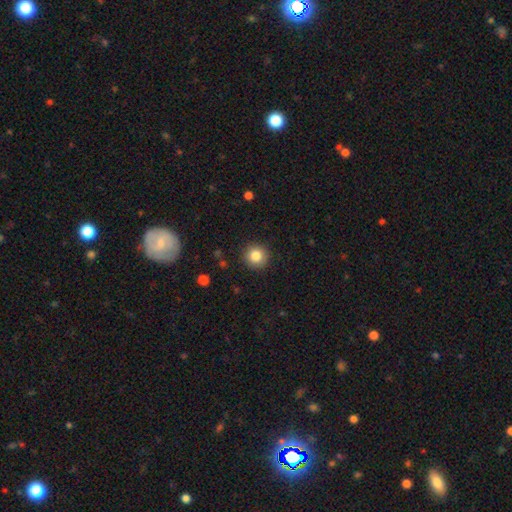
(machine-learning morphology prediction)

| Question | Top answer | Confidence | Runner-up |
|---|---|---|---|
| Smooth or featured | smooth | 84% | star or artifact (10%) |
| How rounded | round | 95% | in between (4%) |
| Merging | none | 91% | minor disturbance (6%) |